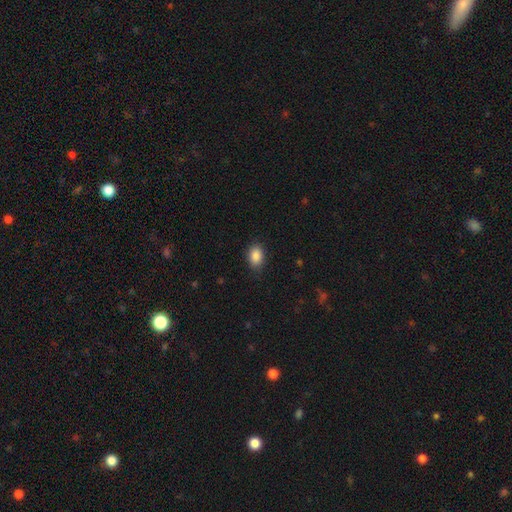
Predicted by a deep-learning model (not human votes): smooth-or-featured: smooth: 88% | star or artifact: 8% | featured or disk: 4%
  how-rounded: in between: 80% | round: 19% | cigar-shaped: 1%
  merging: none: 84% | minor disturbance: 13% | major disturbance: 3% | merger: 1%